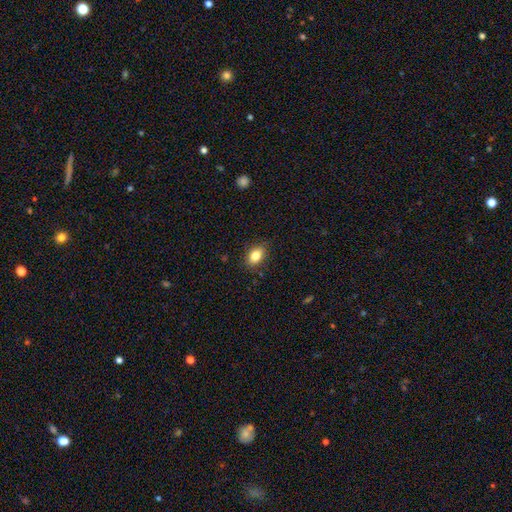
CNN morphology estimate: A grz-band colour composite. It shows a smooth galaxy with no disk features (82%) that is in between round and cigar-shaped (80%). Merging: none (84%).